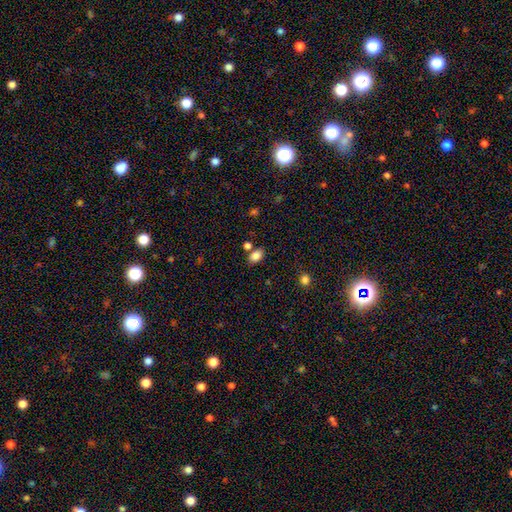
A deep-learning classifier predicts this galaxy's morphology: This is clearly a smooth galaxy (84%). How rounded: clearly in between (84%). Merging: likely none (72%).